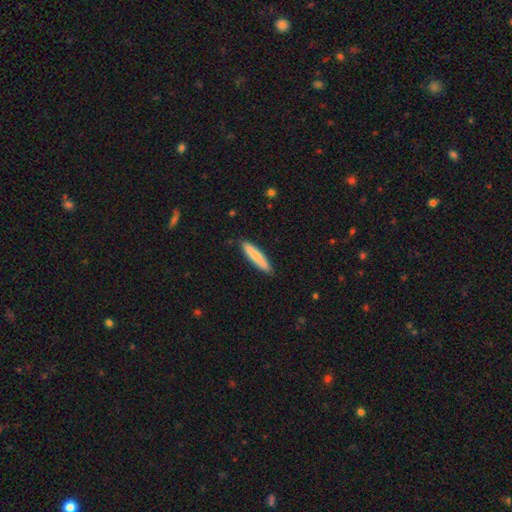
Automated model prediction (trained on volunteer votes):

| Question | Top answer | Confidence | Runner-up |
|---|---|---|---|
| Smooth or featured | smooth | 78% | featured or disk (16%) |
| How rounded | cigar-shaped | 87% | in between (11%) |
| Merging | none | 87% | minor disturbance (10%) |